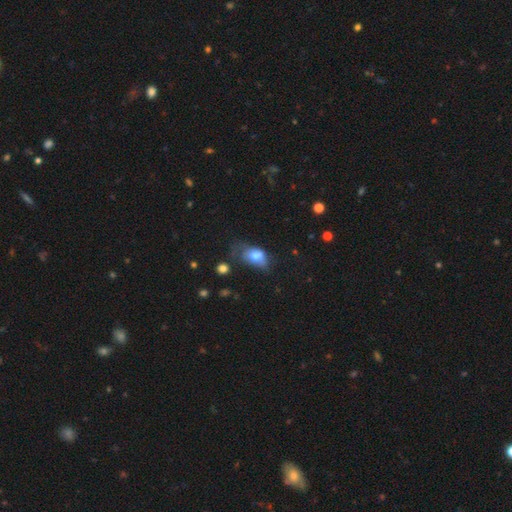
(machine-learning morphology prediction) The model was most divided on "merging": major disturbance: 36%, minor disturbance: 33%, none: 24%, merger: 7%. More confident: how rounded — in between (82%); smooth or featured — smooth (73%).